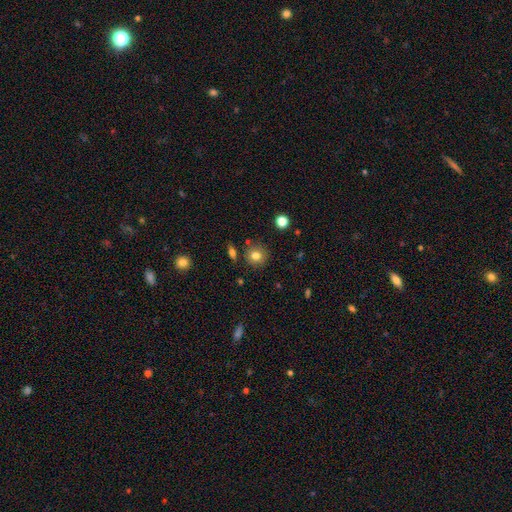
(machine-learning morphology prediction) Smooth or featured? smooth (79%)
How rounded? round (89%)
Merging? none (83%)